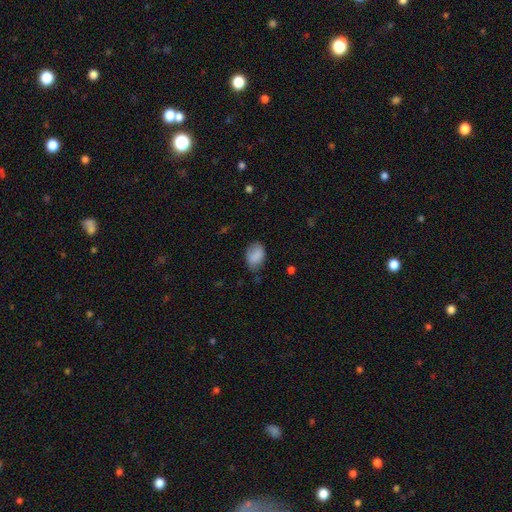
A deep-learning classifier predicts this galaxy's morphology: smooth-or-featured: smooth: 85% | star or artifact: 8% | featured or disk: 7%
  how-rounded: in between: 82% | round: 17% | cigar-shaped: 1%
  merging: none: 61% | minor disturbance: 30% | major disturbance: 7% | merger: 2%